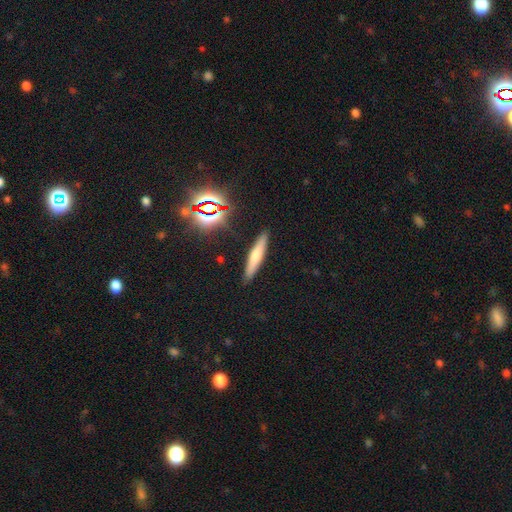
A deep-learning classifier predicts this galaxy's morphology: The model was most divided on "smooth or featured": smooth: 58%, featured or disk: 32%, star or artifact: 10%. More confident: how rounded — cigar-shaped (89%); merging — none (89%).